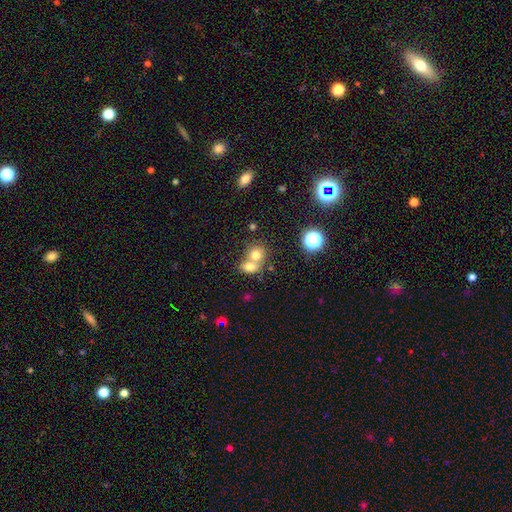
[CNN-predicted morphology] smooth 73%, star or artifact 13%, featured or disk 13%. Down the decision tree: how rounded — round (67%); merging — merger (61%).